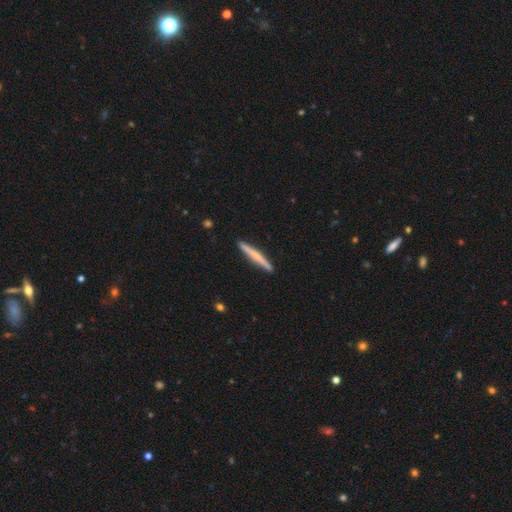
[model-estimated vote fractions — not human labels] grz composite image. It shows a smooth galaxy with no disk features (50%) that is cigar-shaped (96%). Merging: none (91%).